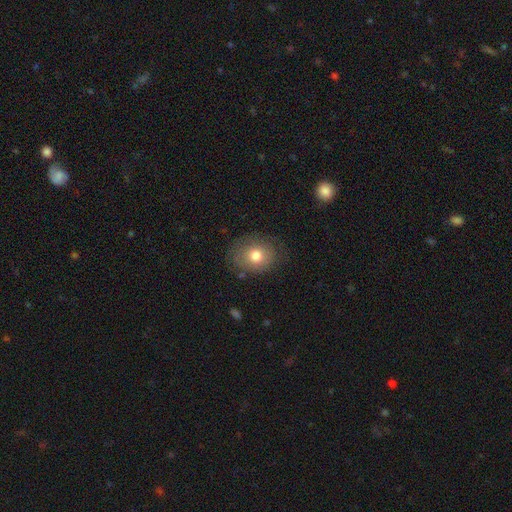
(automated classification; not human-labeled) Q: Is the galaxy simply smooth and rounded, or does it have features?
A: smooth — 75%.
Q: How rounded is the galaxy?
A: round — 55%.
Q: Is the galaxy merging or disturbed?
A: none — 77%.